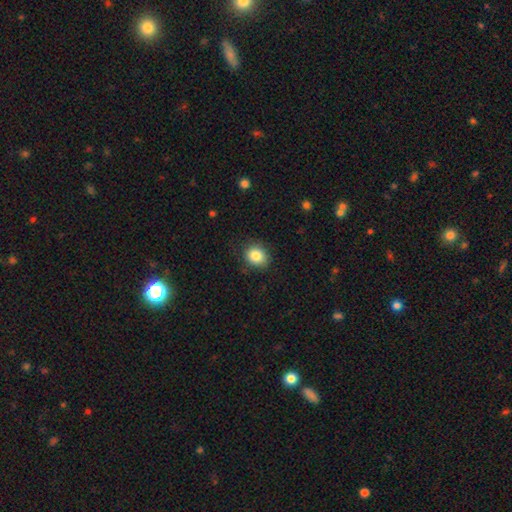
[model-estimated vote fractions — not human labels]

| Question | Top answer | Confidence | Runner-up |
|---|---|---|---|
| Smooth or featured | smooth | 85% | star or artifact (9%) |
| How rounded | round | 62% | in between (38%) |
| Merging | none | 82% | minor disturbance (13%) |